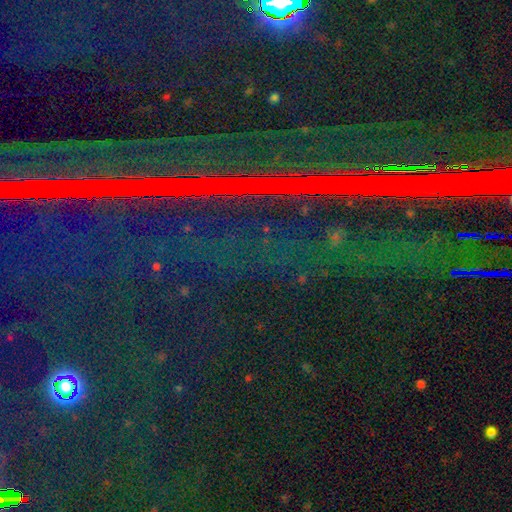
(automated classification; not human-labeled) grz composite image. It shows a star or artifact, not a galaxy (87%).